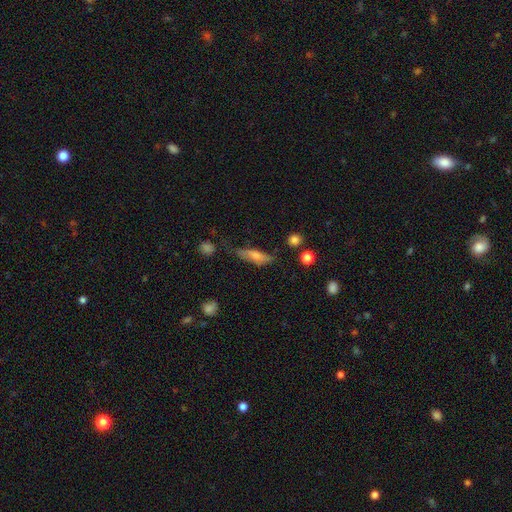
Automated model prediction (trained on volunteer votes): A smooth galaxy with no disk features (65%) that is cigar-shaped (51%).

Vote fractions:
- Smooth or featured? smooth: 65% / featured or disk: 28% / star or artifact: 8%
- How rounded? cigar-shaped: 51% / in between: 46% / round: 3%
- Merging? none: 52% / minor disturbance: 31% / major disturbance: 13% / merger: 5%